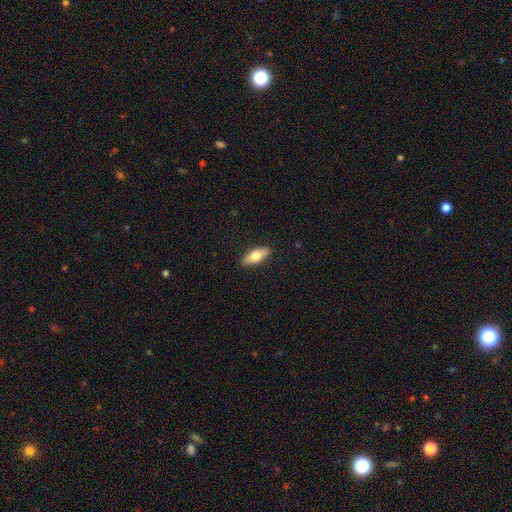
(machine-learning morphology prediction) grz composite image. It shows a smooth galaxy with no disk features (67%) that is in between round and cigar-shaped (68%). Merging: none (89%).